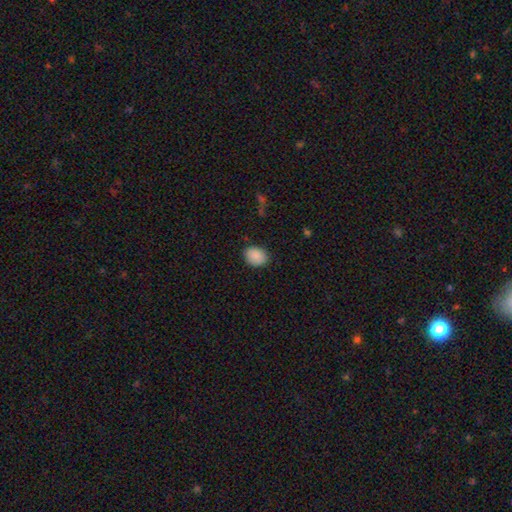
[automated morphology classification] type=smooth (89%); roundness=in between (65%); merging=none (84%).